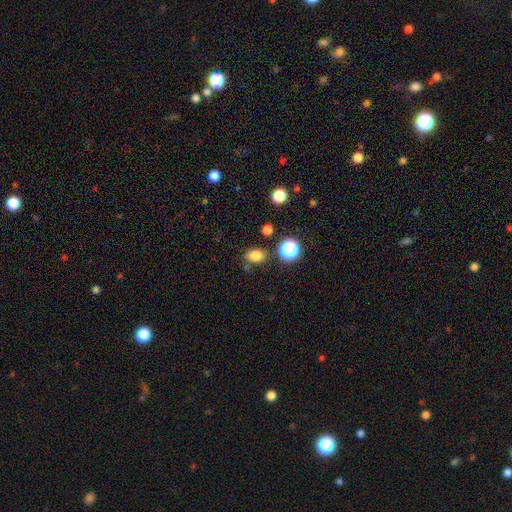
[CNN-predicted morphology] Overall: smooth (80%). How rounded: in between (61%; round 38%). Merging: none (75%).